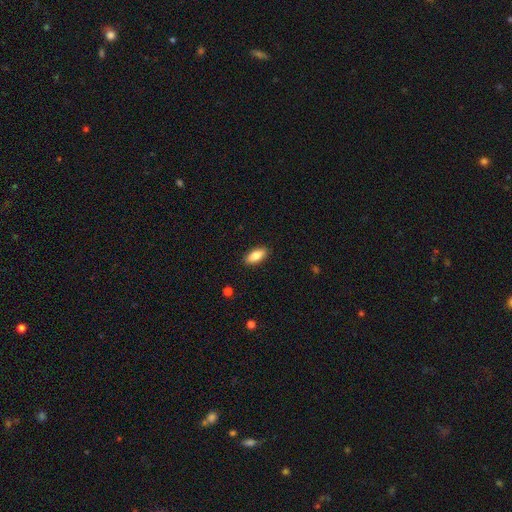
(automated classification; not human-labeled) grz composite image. It shows a smooth galaxy with no disk features (86%) that is in between round and cigar-shaped (85%). Merging: none (89%).